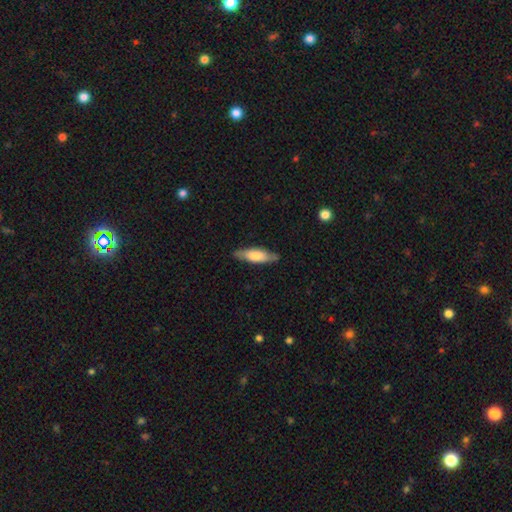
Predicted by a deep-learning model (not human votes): smooth_or_featured: smooth (p=0.60) [alt: featured or disk p=0.34]
how_rounded: cigar-shaped (p=0.56) [alt: in between p=0.43]
merging: none (p=0.82) [alt: minor disturbance p=0.15]